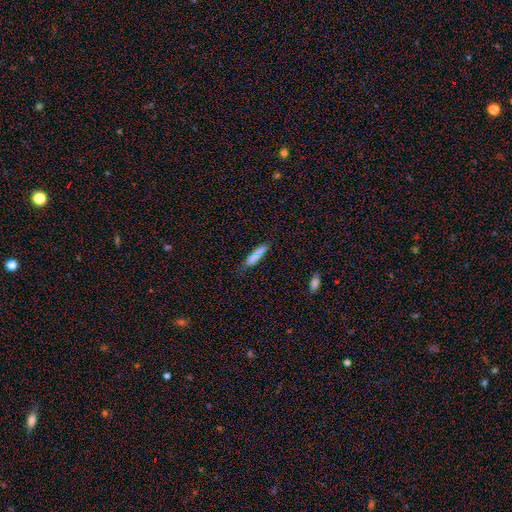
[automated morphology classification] smooth_or_featured: smooth (p=0.76) [alt: featured or disk p=0.13]
how_rounded: cigar-shaped (p=0.67) [alt: in between p=0.31]
merging: none (p=0.73) [alt: minor disturbance p=0.17]